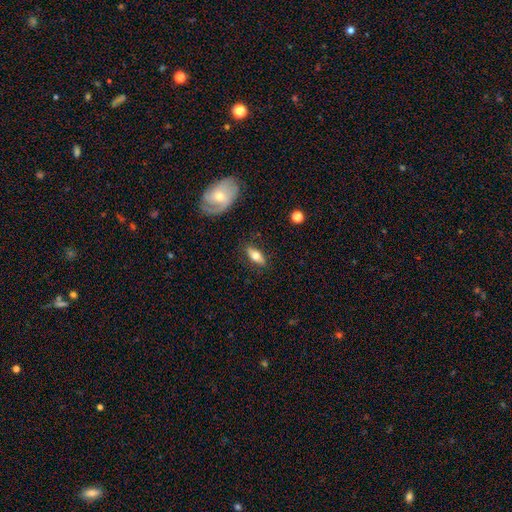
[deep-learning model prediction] The model was most divided on "smooth or featured": smooth: 60%, featured or disk: 33%, star or artifact: 7%. More confident: merging — none (83%); how rounded — in between (77%).